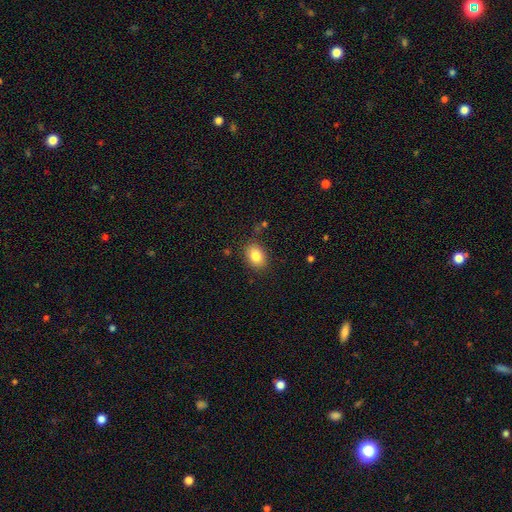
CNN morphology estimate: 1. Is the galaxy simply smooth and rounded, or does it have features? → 84% smooth, 9% star or artifact, 7% featured or disk.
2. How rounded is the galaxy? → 72% in between, 27% round, 1% cigar-shaped.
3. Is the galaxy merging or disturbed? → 84% none, 11% minor disturbance, 3% major disturbance, 2% merger.